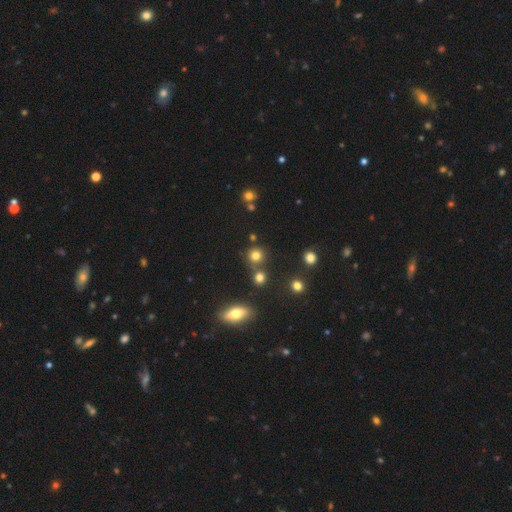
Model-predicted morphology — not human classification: Smooth or featured: smooth — 77% (star or artifact — 16%)
How rounded: round — 90% (in between — 9%)
Merging: none — 73% (merger — 15%)